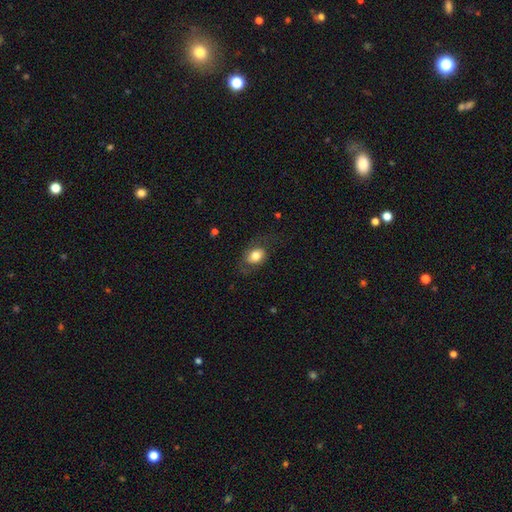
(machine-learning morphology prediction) Smooth or featured? Predicted: smooth (p=0.67). How rounded? Predicted: in between (p=0.62). Merging? Predicted: none (p=0.63).